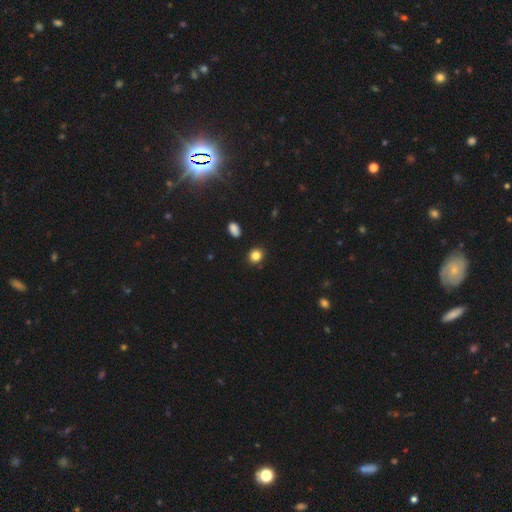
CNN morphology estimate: smooth-or-featured: smooth: 84% | star or artifact: 11% | featured or disk: 4%
  how-rounded: round: 76% | in between: 23% | cigar-shaped: 1%
  merging: none: 88% | minor disturbance: 8% | major disturbance: 2% | merger: 2%